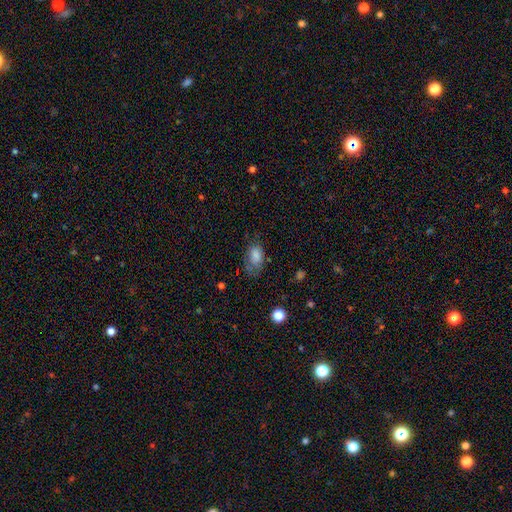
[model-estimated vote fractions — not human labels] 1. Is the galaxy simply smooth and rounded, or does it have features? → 77% smooth, 14% featured or disk, 9% star or artifact.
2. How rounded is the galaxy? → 90% in between, 8% round, 2% cigar-shaped.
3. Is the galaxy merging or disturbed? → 50% none, 29% minor disturbance, 18% major disturbance, 2% merger.